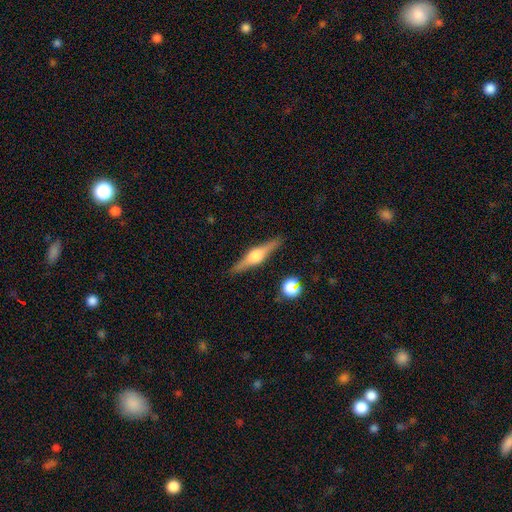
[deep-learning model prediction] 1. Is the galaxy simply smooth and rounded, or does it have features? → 76% featured or disk, 18% smooth, 6% star or artifact.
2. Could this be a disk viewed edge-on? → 97% yes, 3% no.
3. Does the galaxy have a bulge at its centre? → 92% rounded, 7% boxy, 2% none.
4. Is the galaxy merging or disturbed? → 89% none, 8% minor disturbance, 2% merger, 2% major disturbance.